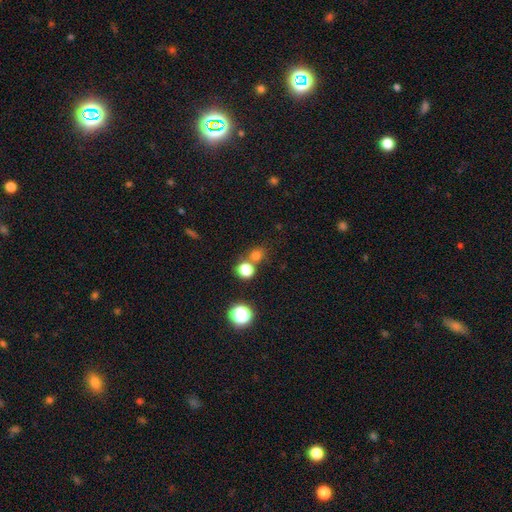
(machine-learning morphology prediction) A smooth galaxy with no disk features (72%) that is round (84%). Merging: none (63%).